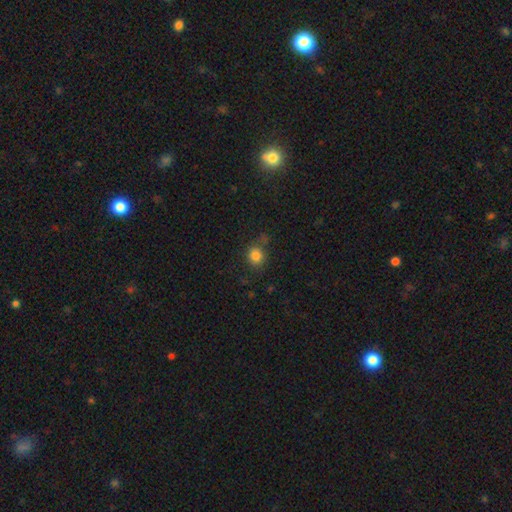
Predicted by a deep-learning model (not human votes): Smooth or featured? Predicted: smooth (p=0.82). How rounded? Predicted: round (p=0.78). Merging? Predicted: none (p=0.72).